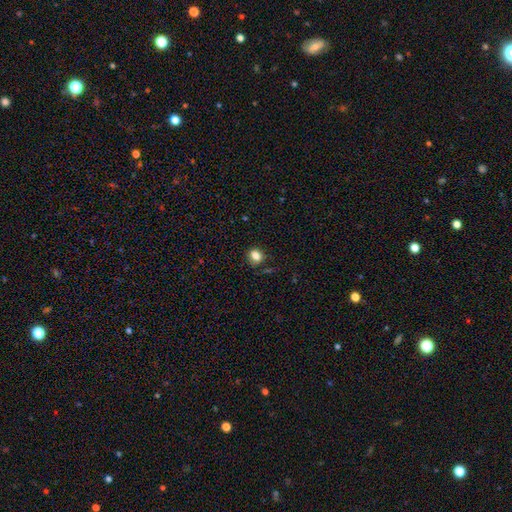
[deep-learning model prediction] Smooth or featured? Predicted: smooth (p=0.82). How rounded? Predicted: round (p=0.52). Merging? Predicted: none (p=0.75).